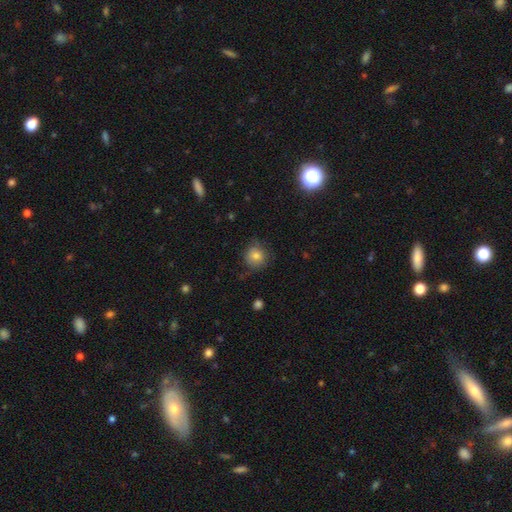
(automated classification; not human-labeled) A smooth galaxy with no disk features (78%) that is round (87%).

Vote fractions:
- Smooth or featured? smooth: 78% / star or artifact: 11% / featured or disk: 11%
- How rounded? round: 87% / in between: 13% / cigar-shaped: 1%
- Merging? none: 73% / minor disturbance: 20% / major disturbance: 5% / merger: 1%